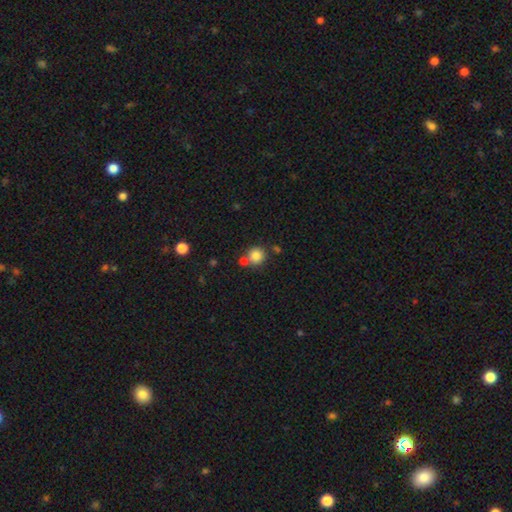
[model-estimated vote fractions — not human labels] smooth-or-featured: smooth: 82% | star or artifact: 11% | featured or disk: 6%
  how-rounded: round: 91% | in between: 8% | cigar-shaped: 1%
  merging: none: 64% | merger: 24% | minor disturbance: 9% | major disturbance: 3%